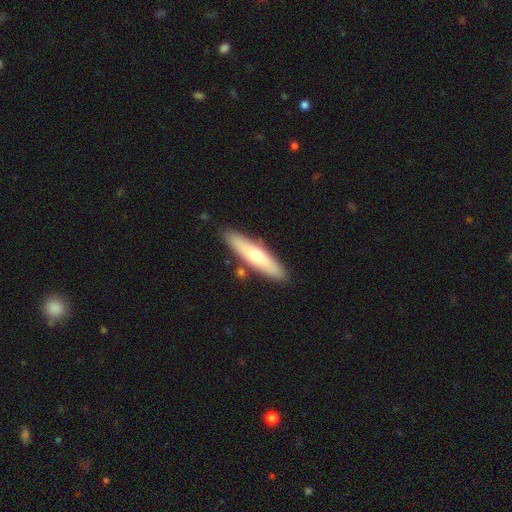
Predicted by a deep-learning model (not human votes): This appears to be a smooth galaxy with no disk features (56%) that is cigar-shaped (75%). Merging: none (84%).